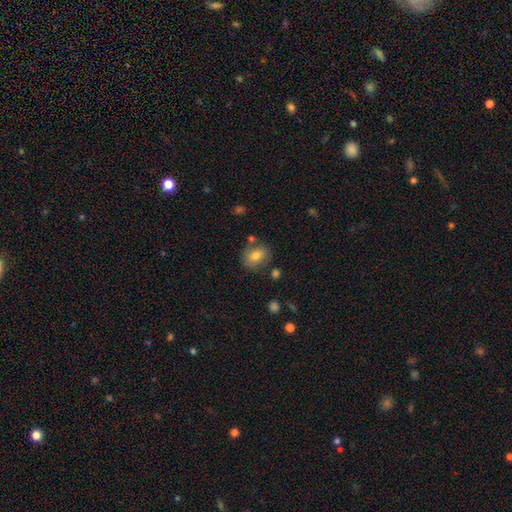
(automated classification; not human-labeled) This is likely a smooth galaxy (77%). How rounded: possibly round (52%). Merging: likely none (75%).